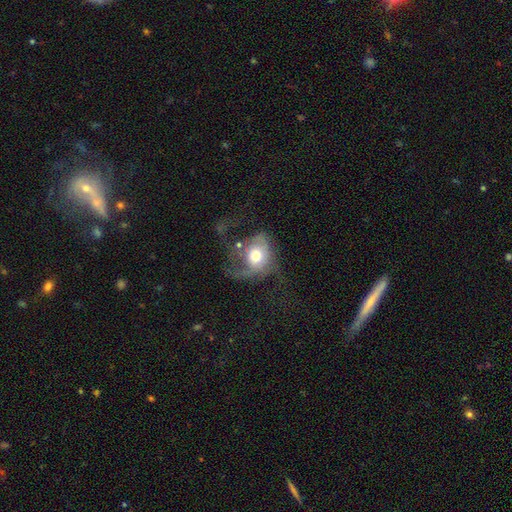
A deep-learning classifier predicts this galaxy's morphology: Smooth or featured?
  - featured or disk: 51% *
  - smooth: 41%
  - star or artifact: 8%
Edge-on disk?
  - no: 96% *
  - yes: 4%
Merging?
  - major disturbance: 57% *
  - none: 21%
  - minor disturbance: 15%
  - merger: 7%